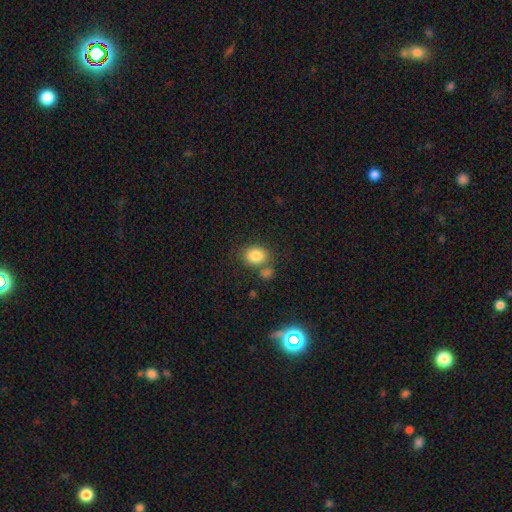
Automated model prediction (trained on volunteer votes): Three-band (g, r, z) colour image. It shows a smooth galaxy with no disk features (83%) that is in between round and cigar-shaped (54%). Merging: none (62%).